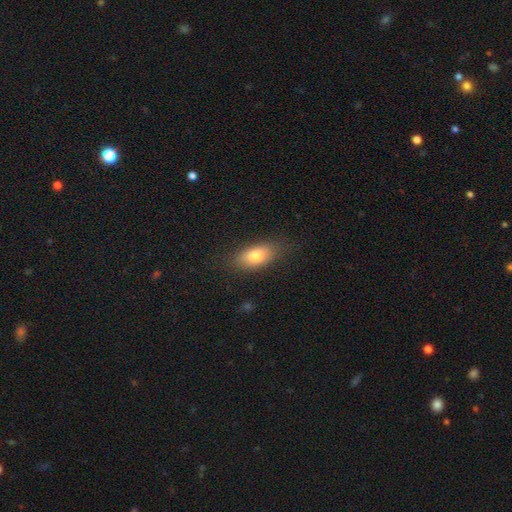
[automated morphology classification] Smooth or featured? Predicted: smooth (p=0.78). How rounded? Predicted: in between (p=0.86). Merging? Predicted: none (p=0.81).